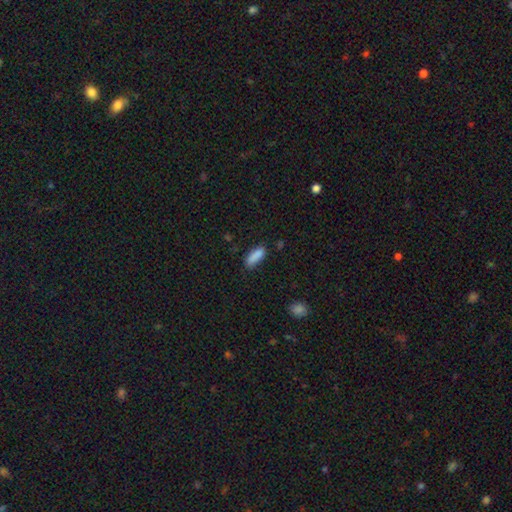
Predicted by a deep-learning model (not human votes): smooth 87%, star or artifact 8%, featured or disk 6%. Down the decision tree: how rounded — in between (62%); merging — none (74%).